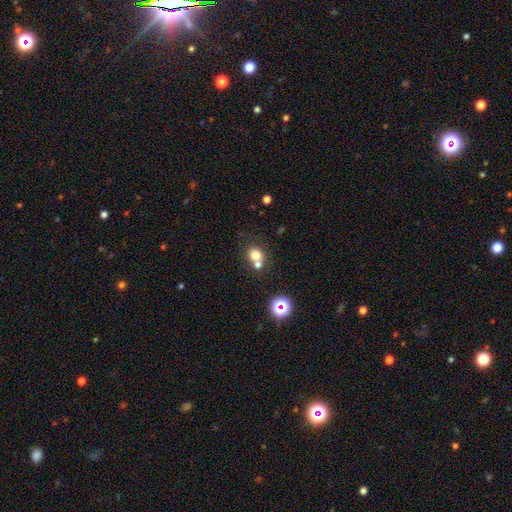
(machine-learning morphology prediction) Smooth or featured: smooth — 74% (star or artifact — 15%)
How rounded: round — 78% (in between — 21%)
Merging: none — 49% (merger — 39%)